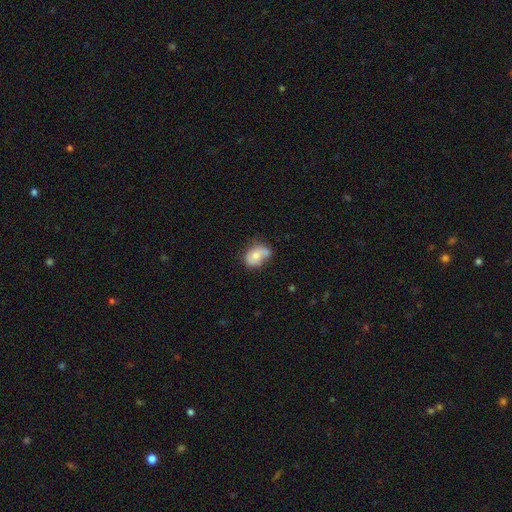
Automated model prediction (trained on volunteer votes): Smooth or featured? Predicted: smooth (p=0.65). How rounded? Predicted: in between (p=0.74). Merging? Predicted: none (p=0.42).